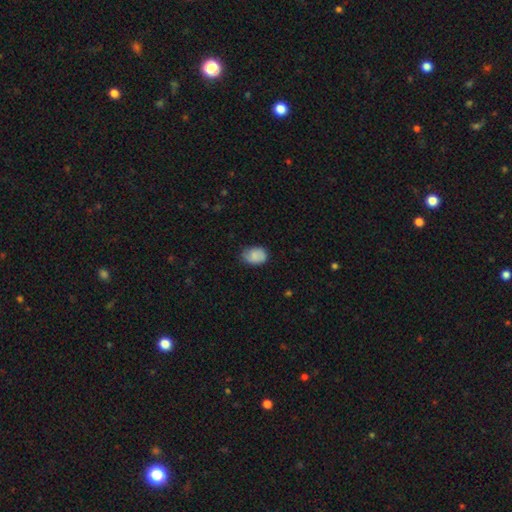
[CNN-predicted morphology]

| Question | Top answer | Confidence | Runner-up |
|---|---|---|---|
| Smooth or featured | smooth | 83% | featured or disk (10%) |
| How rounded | in between | 76% | round (23%) |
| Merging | none | 70% | minor disturbance (25%) |